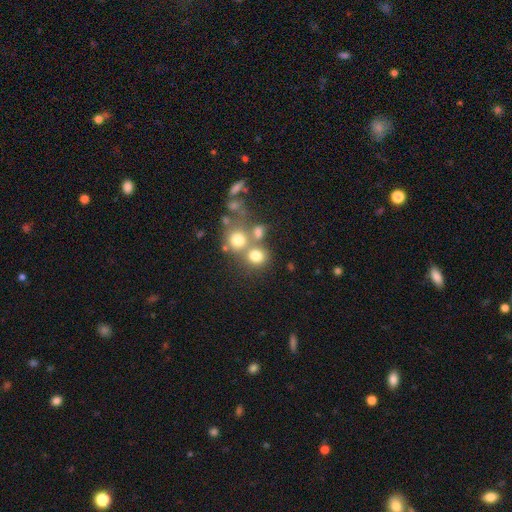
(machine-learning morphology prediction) The model was most divided on "merging": none: 51%, merger: 35%, minor disturbance: 9%, major disturbance: 6%. More confident: how rounded — round (81%); smooth or featured — smooth (72%).